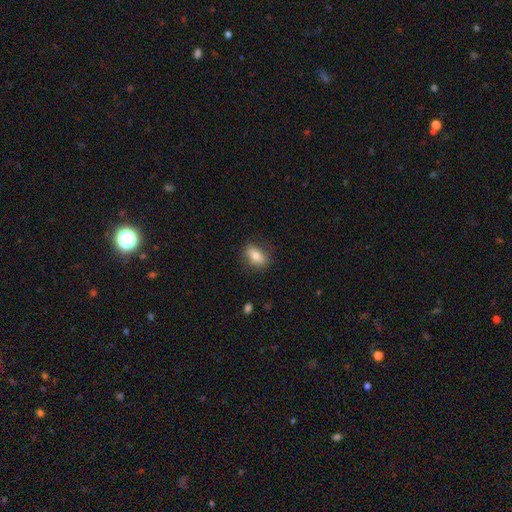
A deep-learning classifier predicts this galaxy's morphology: Q: Smooth or featured?
A: smooth (75%); runner-up: featured or disk (17%)
Q: How rounded?
A: in between (81%); runner-up: round (12%)
Q: Merging?
A: none (80%); runner-up: minor disturbance (15%)